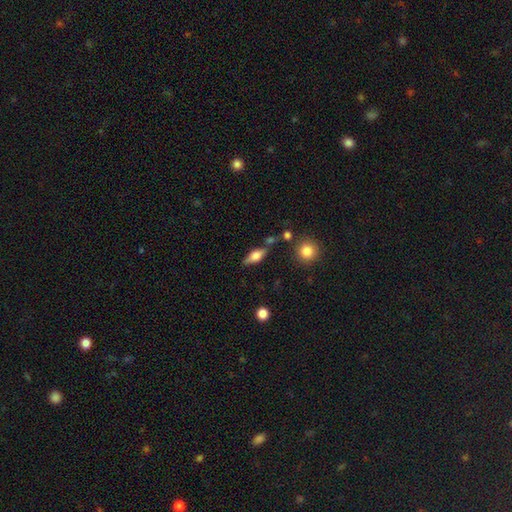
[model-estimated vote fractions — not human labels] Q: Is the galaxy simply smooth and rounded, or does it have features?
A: smooth — 53%.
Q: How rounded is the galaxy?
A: in between — 69%.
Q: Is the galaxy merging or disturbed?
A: none — 73%.